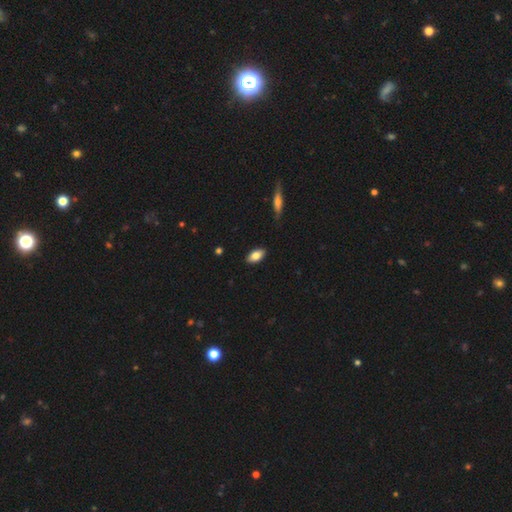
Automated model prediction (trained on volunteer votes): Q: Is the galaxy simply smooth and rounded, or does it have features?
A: smooth — 81%.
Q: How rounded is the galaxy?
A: in between — 92%.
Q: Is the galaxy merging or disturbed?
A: none — 88%.